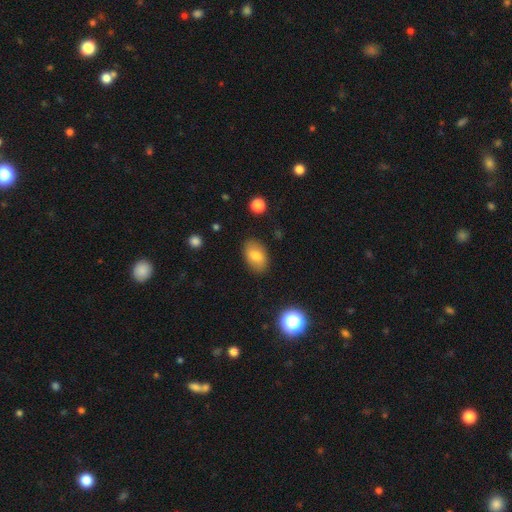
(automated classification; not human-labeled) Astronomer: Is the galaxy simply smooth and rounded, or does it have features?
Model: smooth — 79%.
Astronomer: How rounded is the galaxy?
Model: in between — 89%.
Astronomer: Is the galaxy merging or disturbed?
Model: none — 84%.